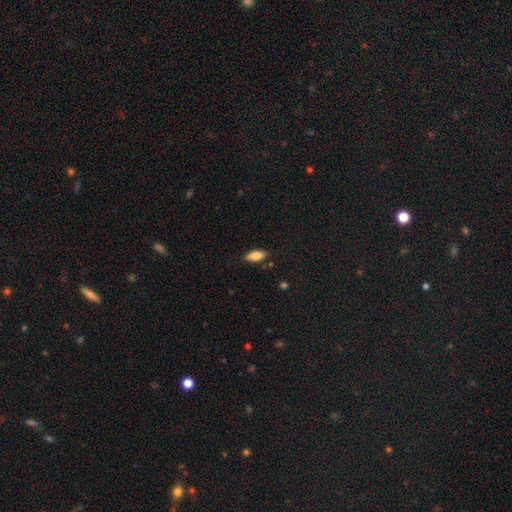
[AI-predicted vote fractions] The model was most divided on "smooth or featured": smooth: 77%, featured or disk: 16%, star or artifact: 7%. More confident: merging — none (83%); how rounded — in between (82%).